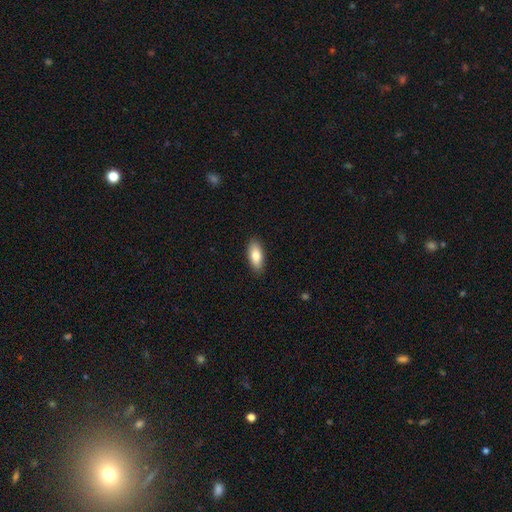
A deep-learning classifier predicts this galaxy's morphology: The model was most divided on "smooth or featured": smooth: 80%, featured or disk: 13%, star or artifact: 6%. More confident: merging — none (89%); how rounded — in between (84%).